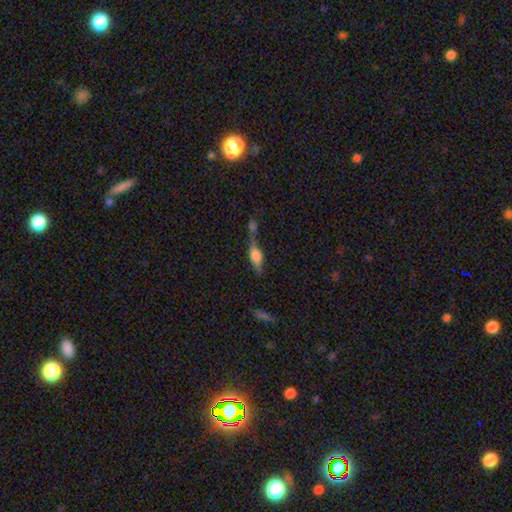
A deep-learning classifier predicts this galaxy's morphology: Smooth or featured?
  - smooth: 47% *
  - featured or disk: 42%
  - star or artifact: 10%
Merging?
  - merger: 39% *
  - none: 37%
  - minor disturbance: 15%
  - major disturbance: 9%